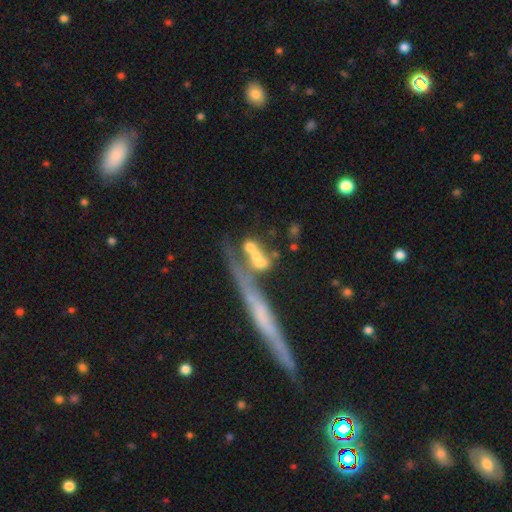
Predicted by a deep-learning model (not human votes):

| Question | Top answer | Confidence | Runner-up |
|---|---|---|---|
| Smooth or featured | smooth | 49% | featured or disk (36%) |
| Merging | merger | 47% | none (29%) |